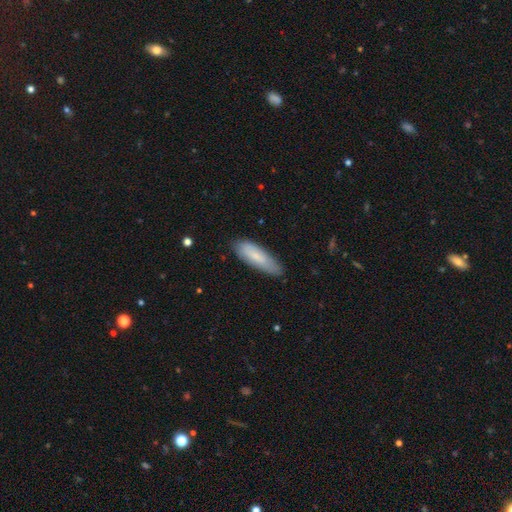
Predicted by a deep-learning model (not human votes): Overall: smooth (75%). How rounded: in between (51%; cigar-shaped 48%). Merging: none (78%).